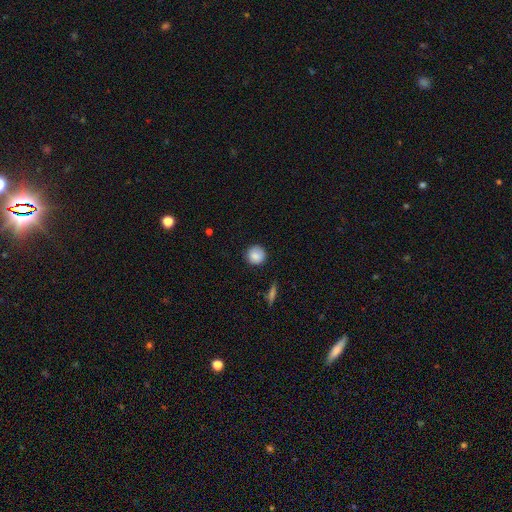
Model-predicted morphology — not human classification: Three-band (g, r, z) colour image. It shows a smooth galaxy with no disk features (86%) that is round (94%). Merging: none (87%).